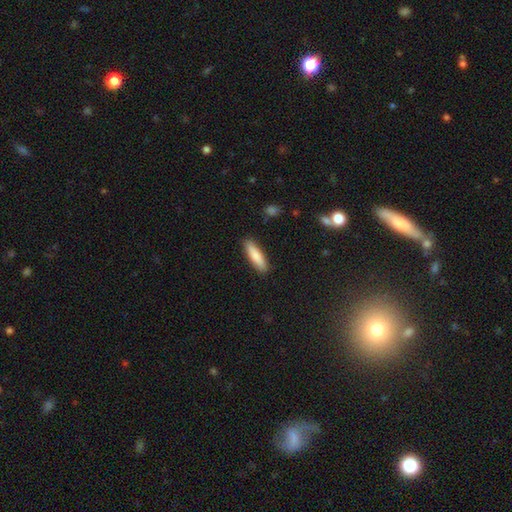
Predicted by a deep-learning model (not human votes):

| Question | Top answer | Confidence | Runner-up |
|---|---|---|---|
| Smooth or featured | smooth | 82% | featured or disk (13%) |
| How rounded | cigar-shaped | 67% | in between (31%) |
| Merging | none | 89% | minor disturbance (8%) |